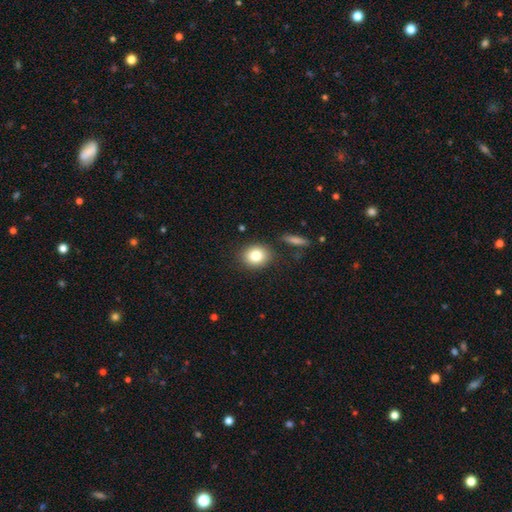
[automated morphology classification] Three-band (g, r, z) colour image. It shows a smooth galaxy with no disk features (82%) that is round (64%). Merging: none (85%).